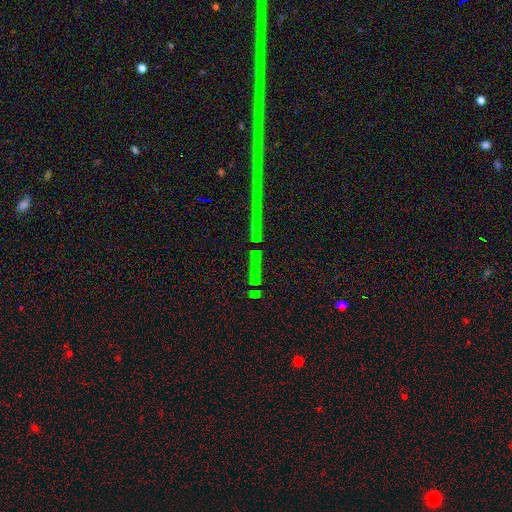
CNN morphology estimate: The model was most divided on "smooth or featured": star or artifact: 81%, featured or disk: 11%, smooth: 7%.